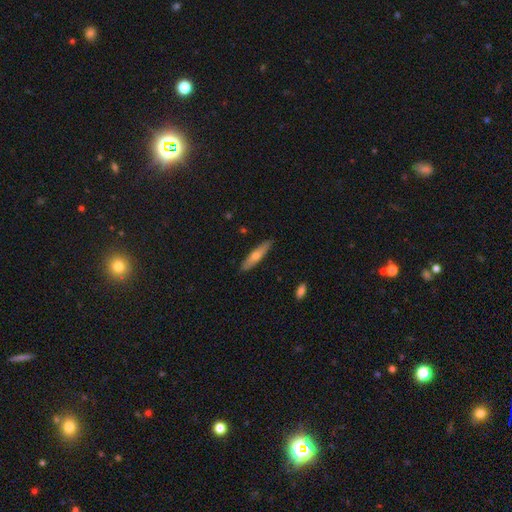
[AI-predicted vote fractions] smooth_or_featured: smooth (p=0.55) [alt: featured or disk p=0.39]
how_rounded: cigar-shaped (p=0.85) [alt: in between p=0.13]
merging: none (p=0.89) [alt: minor disturbance p=0.08]